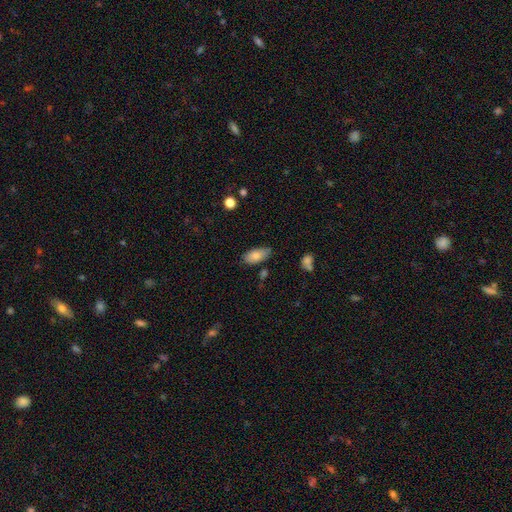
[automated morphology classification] smooth 81%, featured or disk 11%, star or artifact 7%. Down the decision tree: how rounded — in between (91%); merging — none (70%).